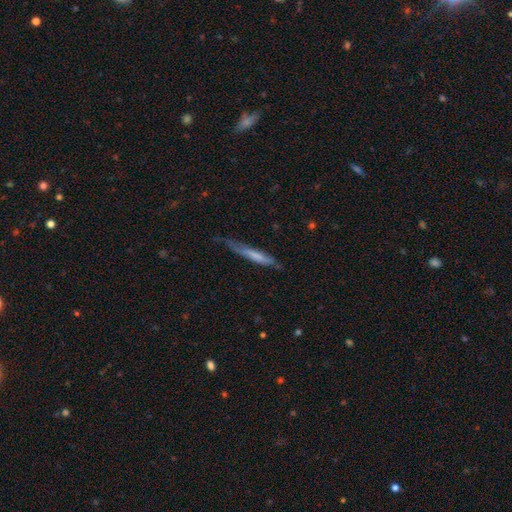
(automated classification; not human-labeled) A smooth galaxy with no disk features (55%) that is cigar-shaped (92%). Merging: none (51%).